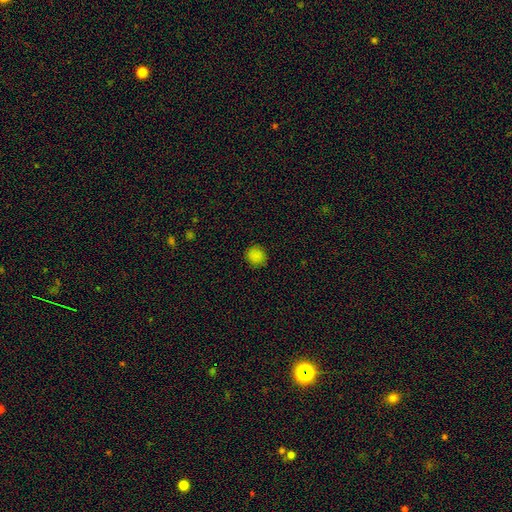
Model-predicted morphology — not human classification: A smooth galaxy with no disk features (85%) that is round (89%). Merging: none (89%).